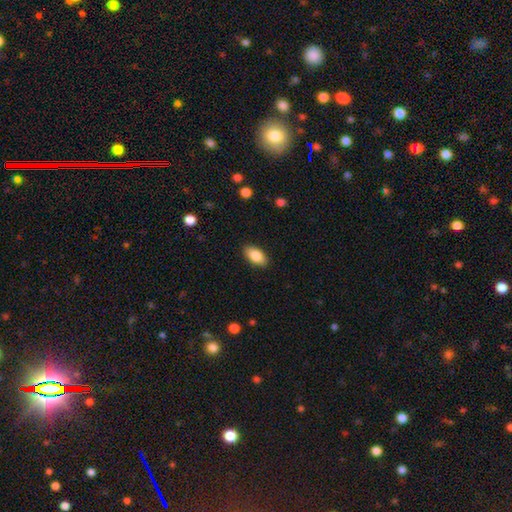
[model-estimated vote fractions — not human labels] The model was most divided on "smooth or featured": smooth: 85%, featured or disk: 8%, star or artifact: 7%. More confident: how rounded — in between (92%); merging — none (88%).